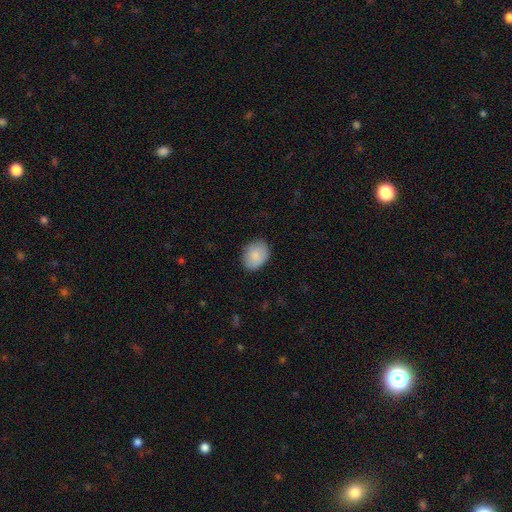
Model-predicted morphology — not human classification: This is clearly a smooth galaxy (86%). How rounded: likely in between (62%). Merging: clearly none (81%).